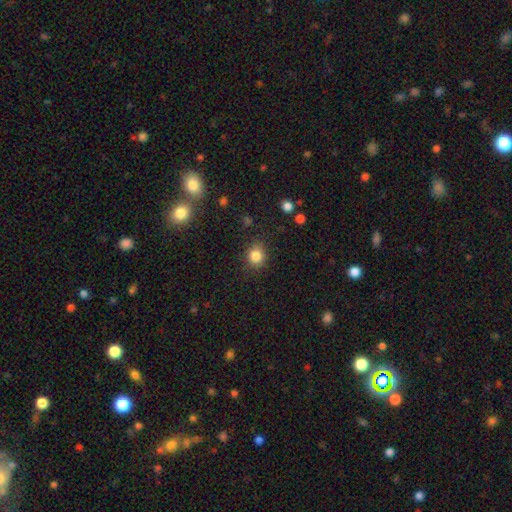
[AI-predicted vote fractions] Smooth or featured? smooth (84%)
How rounded? round (78%)
Merging? none (82%)